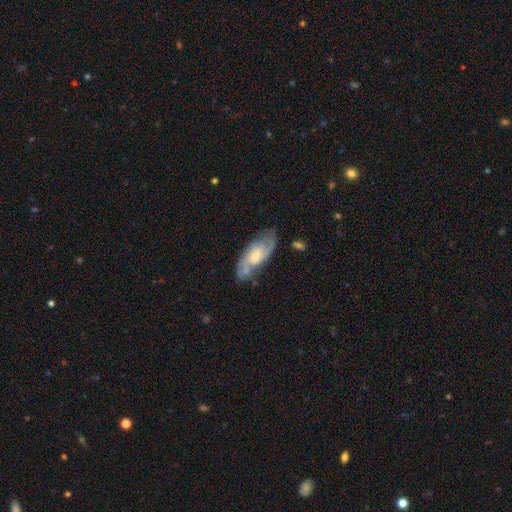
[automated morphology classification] A featured or disk galaxy (71%) with no bar (58%), 2 (73%) medium (47%) spiral arms (91%) and a small central bulge (57%).

Vote fractions:
- Smooth or featured? featured or disk: 71% / smooth: 23% / star or artifact: 6%
- Edge-on disk? no: 91% / yes: 9%
- Bar? no: 58% / weak: 36% / strong: 7%
- Spiral arms? yes: 91% / no: 9%
- Spiral winding? medium: 47% / tight: 33% / loose: 20%
- Spiral arm count? 2: 73% / can't tell: 16% / 3: 5% / 1: 3% / 4: 2% / more than 4: 1%
- Bulge size? small: 57% / moderate: 33% / none: 5% / large: 4% / dominant: 1%
- Merging? none: 64% / minor disturbance: 21% / major disturbance: 7% / merger: 7%